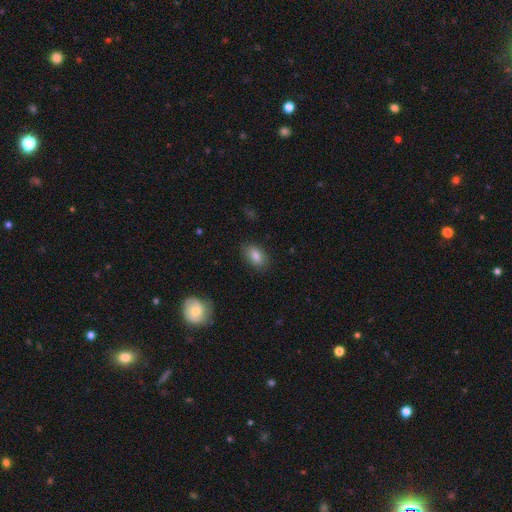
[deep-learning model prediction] This appears to be a smooth galaxy with no disk features (82%) that is in between round and cigar-shaped (89%). Merging: none (84%).